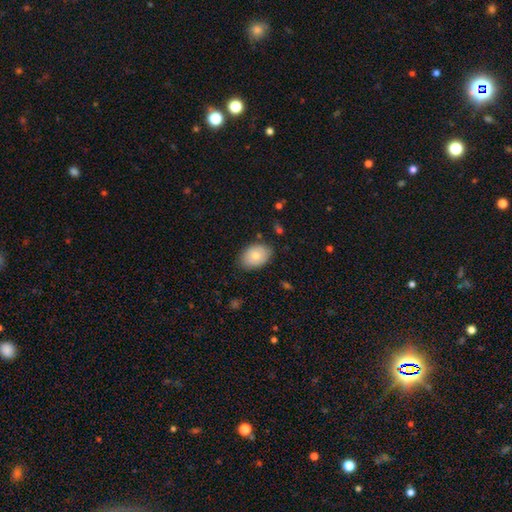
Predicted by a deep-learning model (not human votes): Smooth or featured: smooth — 75% (featured or disk — 18%)
How rounded: in between — 83% (round — 16%)
Merging: none — 81% (minor disturbance — 15%)